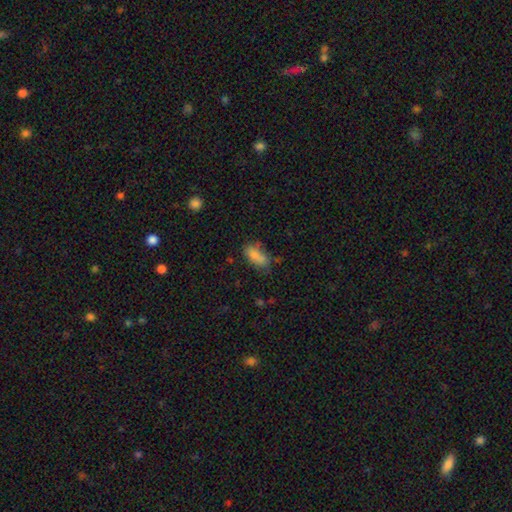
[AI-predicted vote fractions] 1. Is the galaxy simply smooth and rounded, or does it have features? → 77% smooth, 14% featured or disk, 9% star or artifact.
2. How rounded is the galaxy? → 86% in between, 9% cigar-shaped, 5% round.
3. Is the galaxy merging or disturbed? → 54% none, 22% minor disturbance, 17% merger, 8% major disturbance.